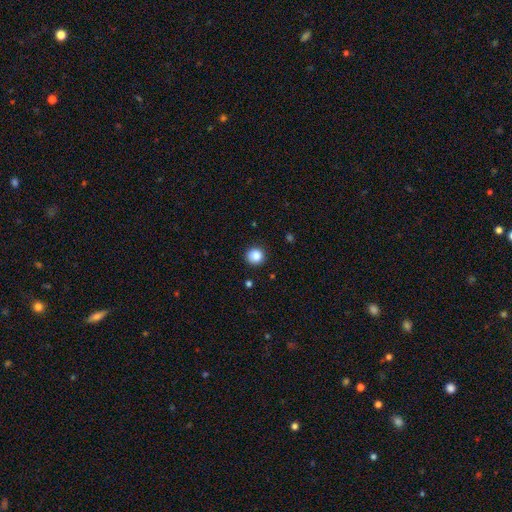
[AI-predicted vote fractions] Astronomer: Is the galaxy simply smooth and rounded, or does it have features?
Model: smooth — 86%.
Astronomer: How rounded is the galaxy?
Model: round — 93%.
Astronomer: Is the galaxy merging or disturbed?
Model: none — 89%.